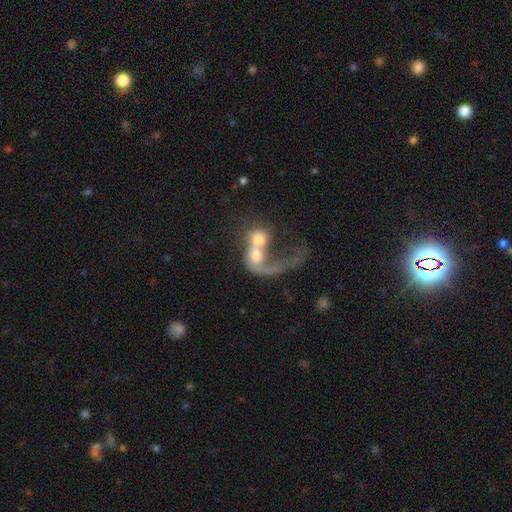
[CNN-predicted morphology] This is possibly a featured or disk galaxy (52%). It is clearly not viewed edge-on (95%). Merging: likely merger (76%).